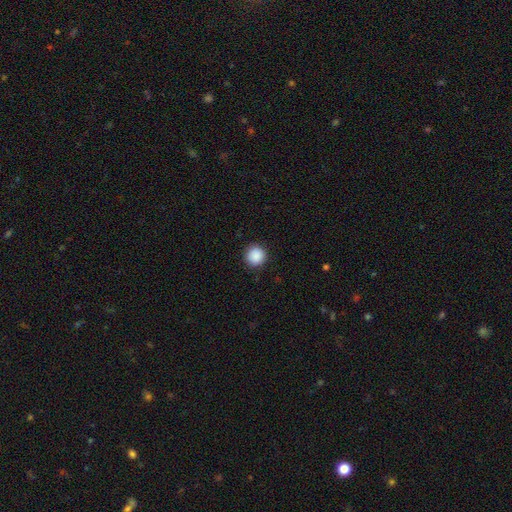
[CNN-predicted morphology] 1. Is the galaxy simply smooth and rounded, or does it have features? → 89% smooth, 9% star or artifact, 2% featured or disk.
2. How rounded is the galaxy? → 94% round, 5% in between, 1% cigar-shaped.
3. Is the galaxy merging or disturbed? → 91% none, 6% minor disturbance, 2% major disturbance, 1% merger.